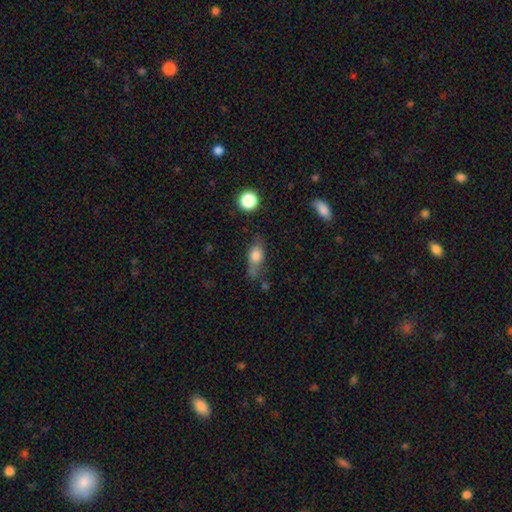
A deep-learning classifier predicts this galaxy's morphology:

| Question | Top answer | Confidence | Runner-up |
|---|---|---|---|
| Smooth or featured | smooth | 70% | featured or disk (20%) |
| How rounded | in between | 66% | round (17%) |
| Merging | none | 49% | minor disturbance (29%) |